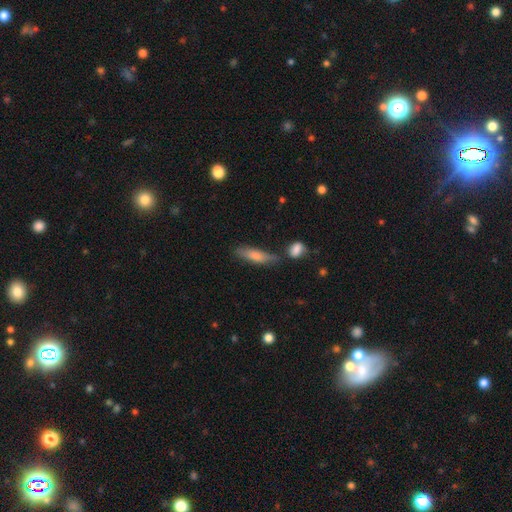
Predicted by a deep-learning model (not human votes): Morphology: type=smooth (72%); roundness=cigar-shaped (62%); merging=none (61%).